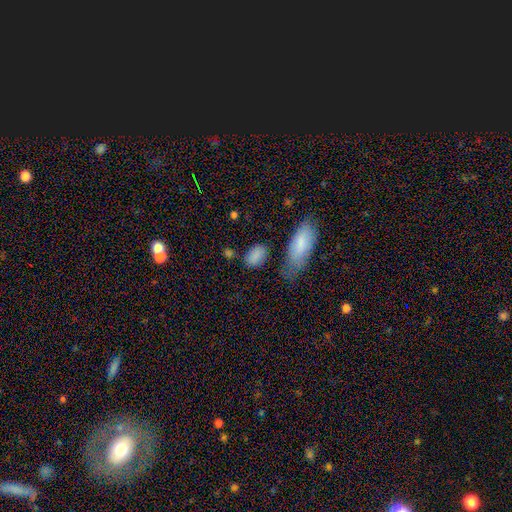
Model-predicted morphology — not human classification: The model was most divided on "merging": none: 67%, minor disturbance: 20%, major disturbance: 7%, merger: 7%. More confident: how rounded — in between (86%); smooth or featured — smooth (85%).